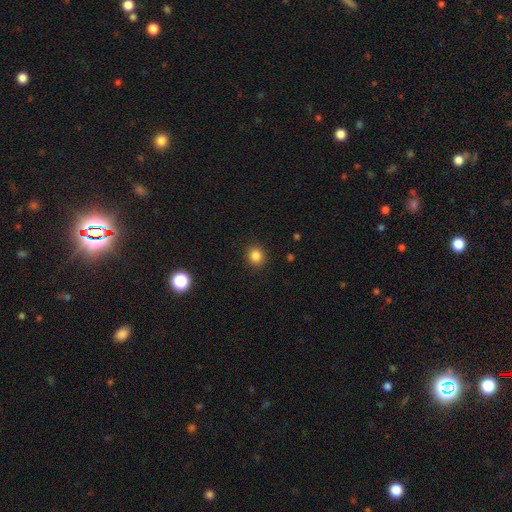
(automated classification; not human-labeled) Smooth or featured?
  - smooth: 84% *
  - star or artifact: 12%
  - featured or disk: 4%
How rounded?
  - round: 82% *
  - in between: 17%
  - cigar-shaped: 1%
Merging?
  - none: 90% *
  - minor disturbance: 7%
  - major disturbance: 2%
  - merger: 1%